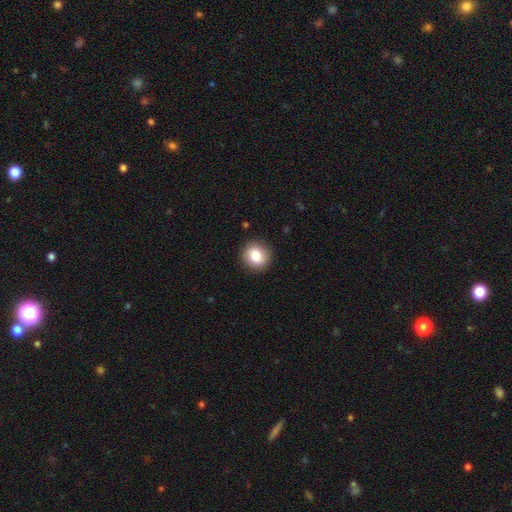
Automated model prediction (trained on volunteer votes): Smooth or featured: smooth — 84% (star or artifact — 8%)
How rounded: round — 87% (in between — 12%)
Merging: none — 90% (minor disturbance — 7%)